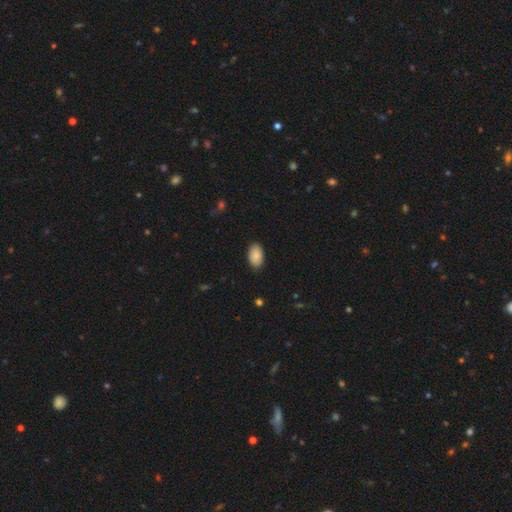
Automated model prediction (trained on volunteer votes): This appears to be a smooth galaxy with no disk features (88%) that is in between round and cigar-shaped (95%). Merging: none (86%).